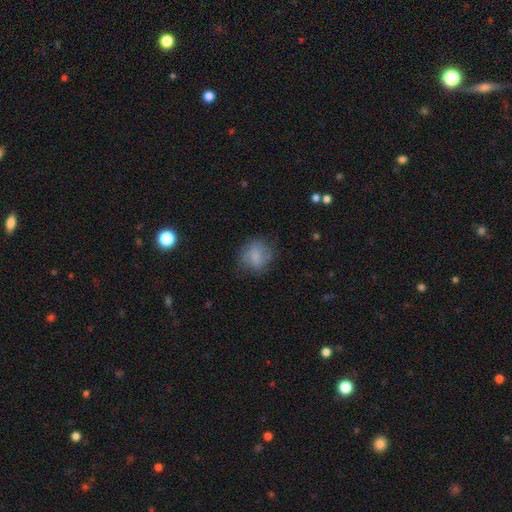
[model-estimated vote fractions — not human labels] Overall: smooth (68%). How rounded: round (71%). Merging: none (65%).